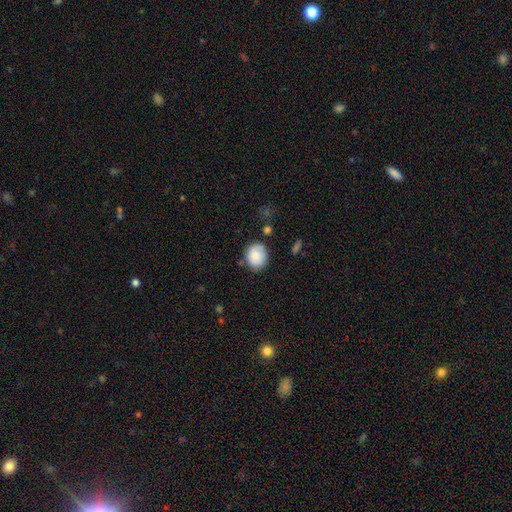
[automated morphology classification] The model was most divided on "how rounded": round: 68%, in between: 31%, cigar-shaped: 1%. More confident: smooth or featured — smooth (83%); merging — none (74%).